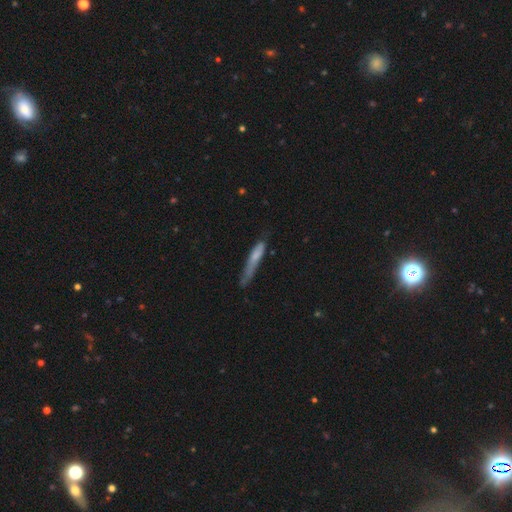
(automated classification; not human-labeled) smooth_or_featured: smooth (p=0.65) [alt: featured or disk p=0.28]
how_rounded: cigar-shaped (p=0.90) [alt: in between p=0.09]
merging: none (p=0.47) [alt: minor disturbance p=0.32]